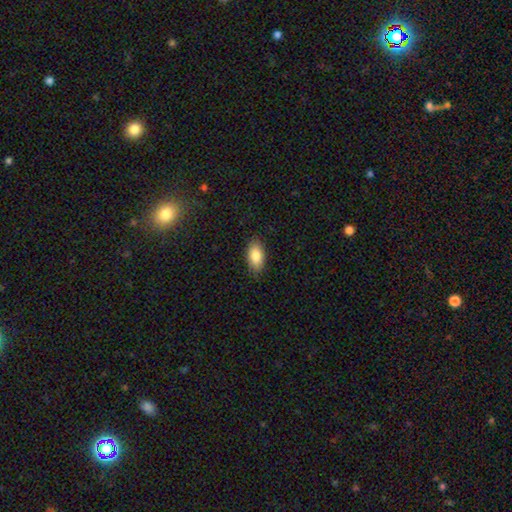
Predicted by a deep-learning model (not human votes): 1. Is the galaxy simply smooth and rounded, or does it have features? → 86% smooth, 8% featured or disk, 7% star or artifact.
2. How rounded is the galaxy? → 93% in between, 4% cigar-shaped, 3% round.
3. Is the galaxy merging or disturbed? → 87% none, 10% minor disturbance, 2% major disturbance, 1% merger.